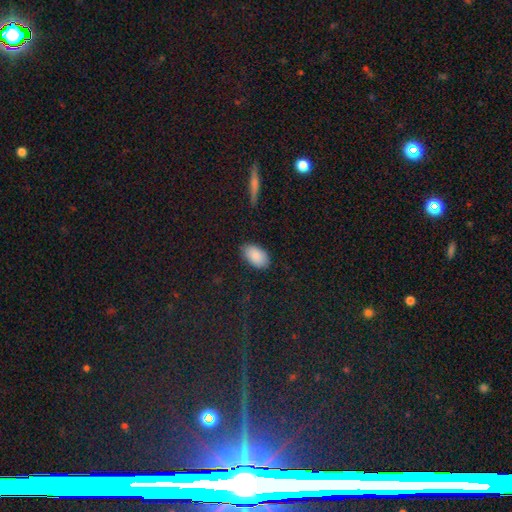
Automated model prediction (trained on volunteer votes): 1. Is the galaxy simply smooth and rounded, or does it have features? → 88% smooth, 7% star or artifact, 5% featured or disk.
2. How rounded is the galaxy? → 94% in between, 4% round, 1% cigar-shaped.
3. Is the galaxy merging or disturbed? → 84% none, 12% minor disturbance, 3% major disturbance, 1% merger.